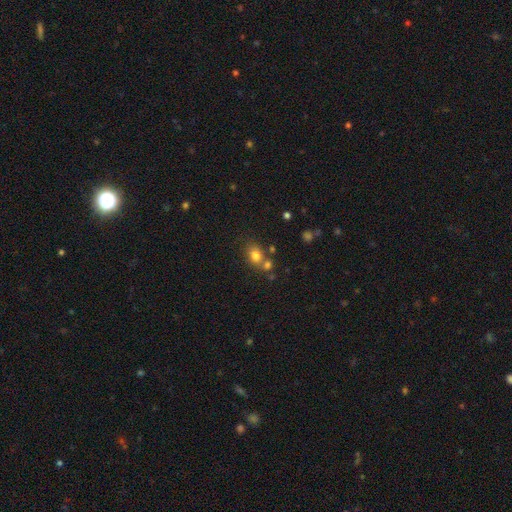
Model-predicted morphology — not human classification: Q: Smooth or featured?
A: smooth (78%); runner-up: star or artifact (13%)
Q: How rounded?
A: round (59%); runner-up: in between (40%)
Q: Merging?
A: none (56%); runner-up: merger (28%)